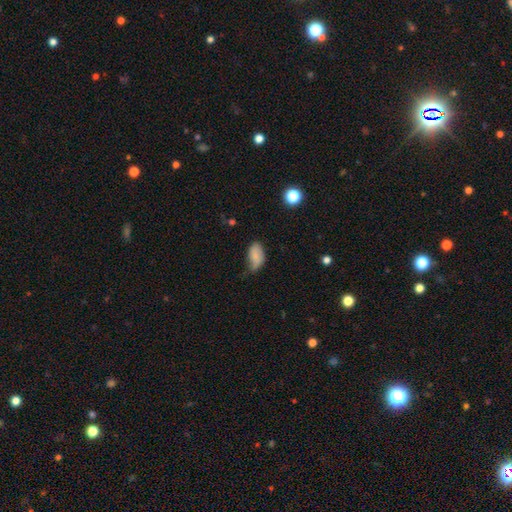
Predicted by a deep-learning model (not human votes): A smooth galaxy with no disk features (77%) that is in between round and cigar-shaped (93%). Merging: minor disturbance (44%).